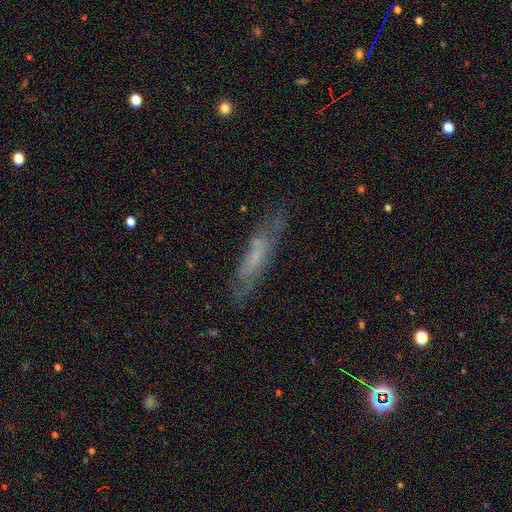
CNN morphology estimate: Q: Smooth or featured?
A: featured or disk (47%); runner-up: smooth (44%)
Q: Merging?
A: none (72%); runner-up: minor disturbance (19%)